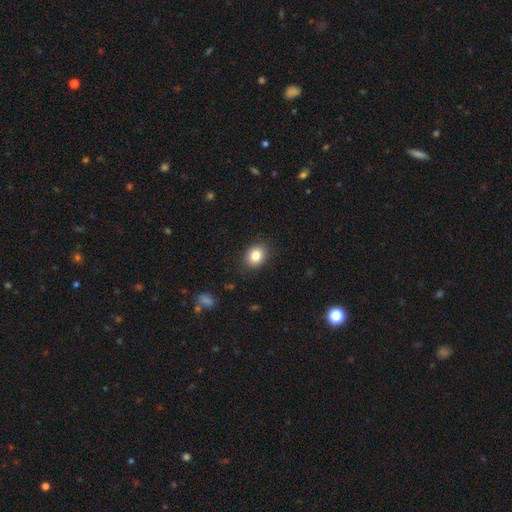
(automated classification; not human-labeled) The model was most divided on "how rounded": in between: 54%, round: 45%, cigar-shaped: 1%. More confident: merging — none (87%); smooth or featured — smooth (84%).